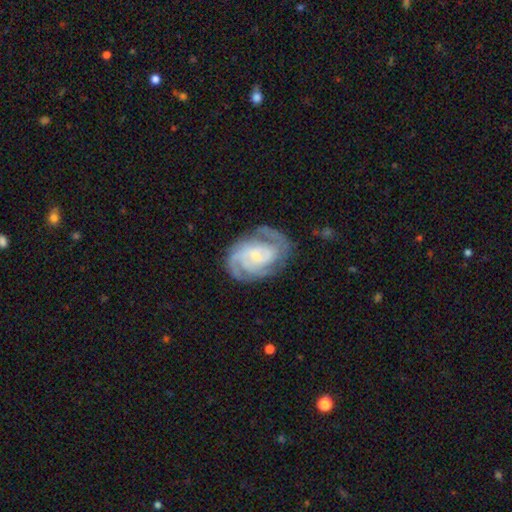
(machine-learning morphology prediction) A featured or disk galaxy (88%) with no bar (61%), 3 (33%) tight (57%) spiral arms (97%) and a small central bulge (71%).

Vote fractions:
- Smooth or featured? featured or disk: 88% / smooth: 8% / star or artifact: 5%
- Edge-on disk? no: 98% / yes: 2%
- Bar? no: 61% / weak: 32% / strong: 8%
- Spiral arms? yes: 97% / no: 3%
- Spiral winding? tight: 57% / medium: 36% / loose: 7%
- Spiral arm count? 3: 33% / 2: 29% / can't tell: 18% / 4: 10% / 1: 5% / more than 4: 5%
- Bulge size? small: 71% / moderate: 23% / none: 3% / large: 2% / dominant: 1%
- Merging? none: 71% / minor disturbance: 18% / major disturbance: 9% / merger: 1%